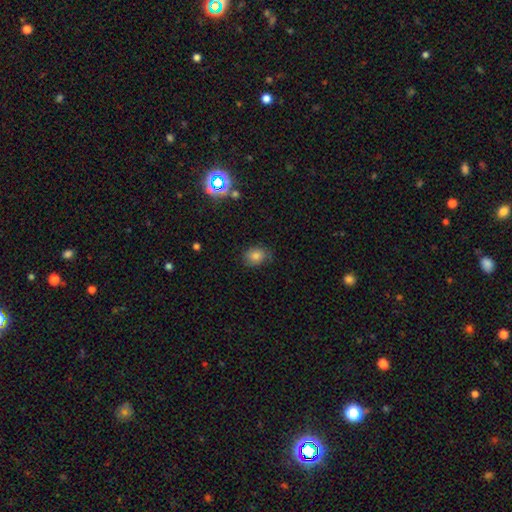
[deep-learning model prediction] smooth-or-featured: smooth: 78% | star or artifact: 12% | featured or disk: 10%
  how-rounded: in between: 57% | round: 42% | cigar-shaped: 1%
  merging: none: 74% | minor disturbance: 20% | major disturbance: 5% | merger: 1%